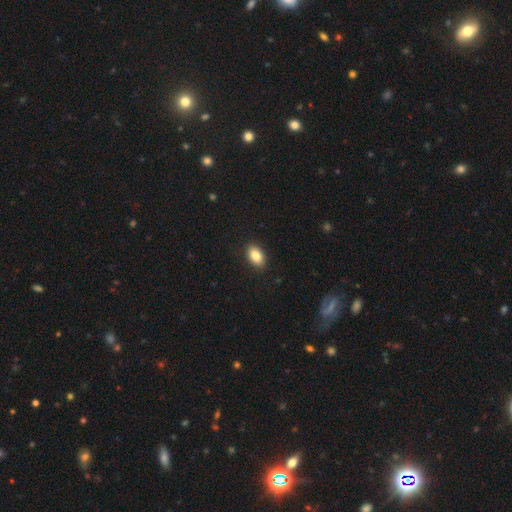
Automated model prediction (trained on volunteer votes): Q: Smooth or featured?
A: smooth (85%); runner-up: star or artifact (8%)
Q: How rounded?
A: in between (89%); runner-up: round (10%)
Q: Merging?
A: none (89%); runner-up: minor disturbance (8%)